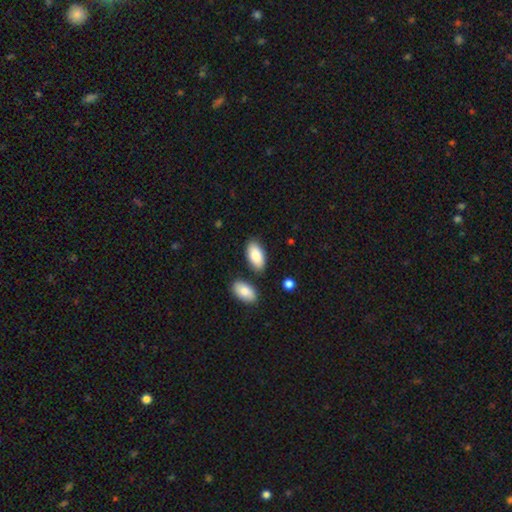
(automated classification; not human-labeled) Q: Smooth or featured?
A: smooth (88%); runner-up: featured or disk (6%)
Q: How rounded?
A: in between (94%); runner-up: cigar-shaped (3%)
Q: Merging?
A: none (80%); runner-up: minor disturbance (11%)